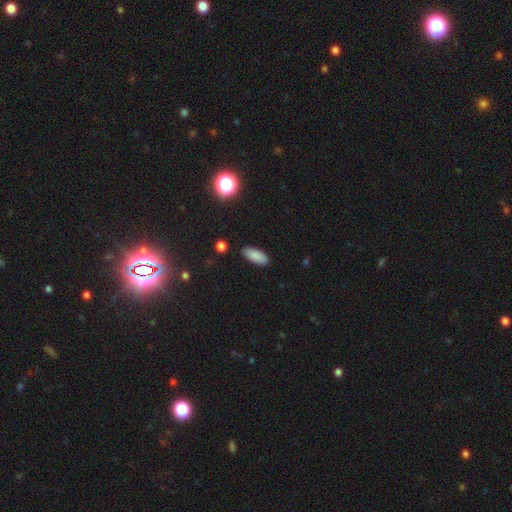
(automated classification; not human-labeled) This appears to be a smooth galaxy with no disk features (86%) that is in between round and cigar-shaped (83%). Merging: none (88%).